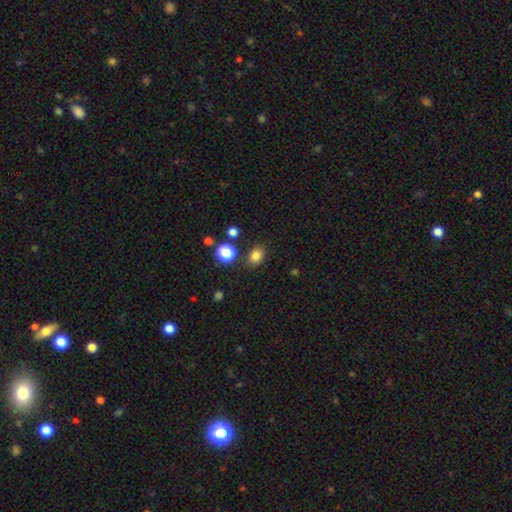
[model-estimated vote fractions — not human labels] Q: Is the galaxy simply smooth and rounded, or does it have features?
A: smooth — 81%.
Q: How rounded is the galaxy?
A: round — 51%.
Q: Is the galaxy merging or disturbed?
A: none — 82%.